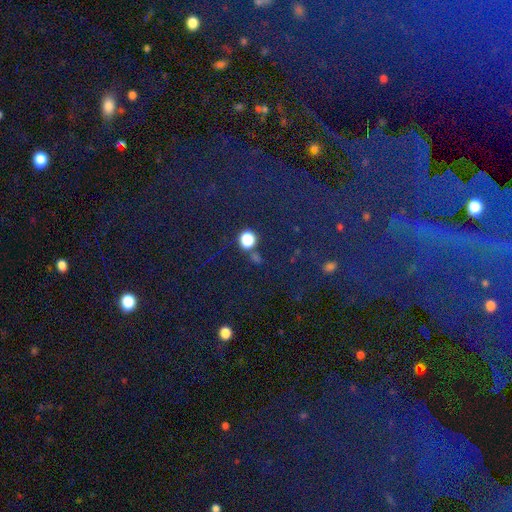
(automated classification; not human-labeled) Morphology: type=star or artifact (73%).